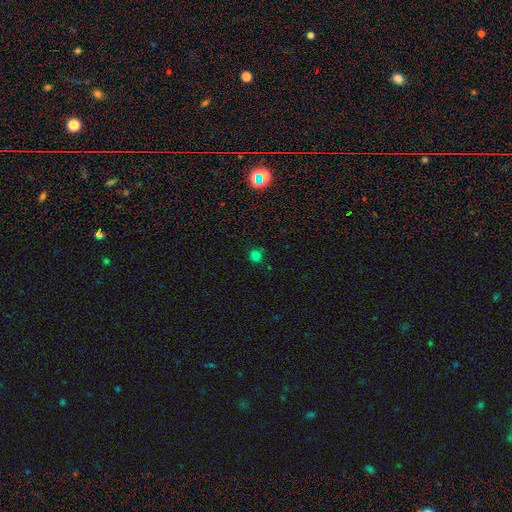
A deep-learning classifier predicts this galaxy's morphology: This is likely a smooth galaxy (75%). How rounded: clearly round (89%). Merging: clearly none (83%).